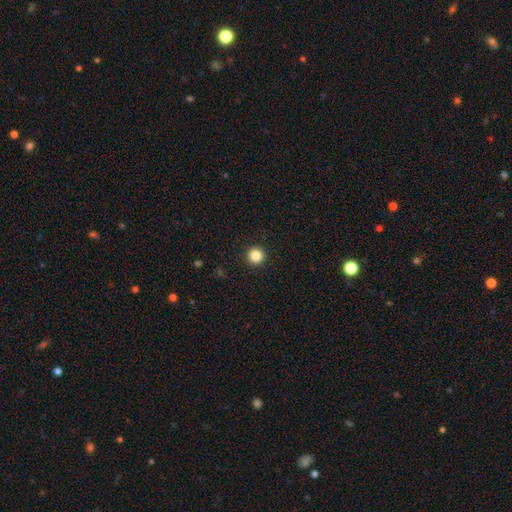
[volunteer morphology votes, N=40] Smooth or featured?
  - smooth: 90% *
  - star or artifact: 8%
  - featured or disk: 2%
How rounded?
  - round: 100% *
  - in between: 0%
  - cigar-shaped: 0%
Merging?
  - none: 100% *
  - minor disturbance: 0%
  - major disturbance: 0%
  - merger: 0%